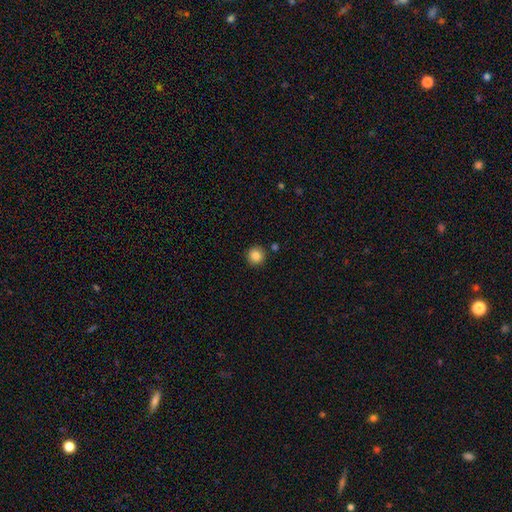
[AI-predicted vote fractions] Smooth or featured: smooth — 86% (star or artifact — 10%)
How rounded: round — 94% (in between — 5%)
Merging: none — 89% (minor disturbance — 6%)